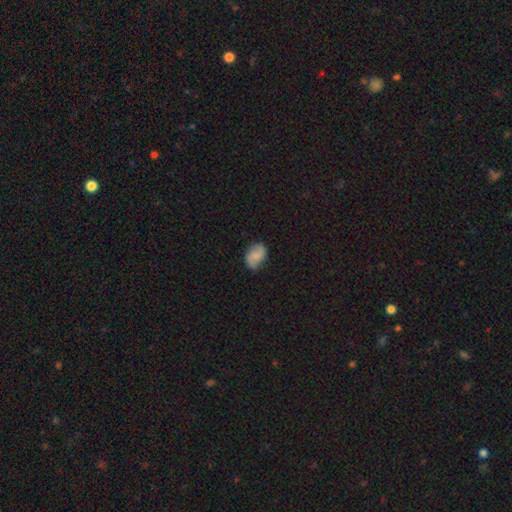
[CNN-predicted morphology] smooth 54%, featured or disk 37%, star or artifact 9%. Down the decision tree: how rounded — in between (81%); merging — none (74%).